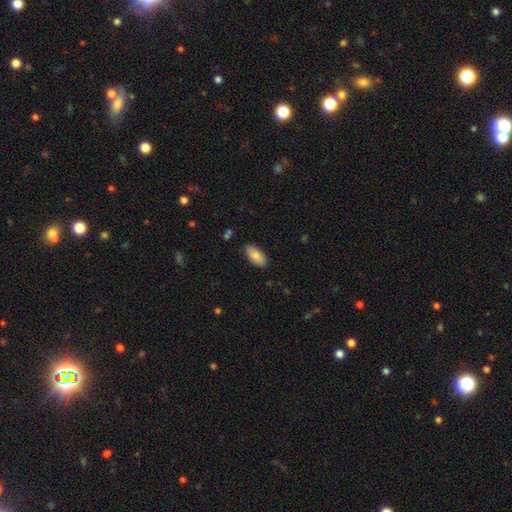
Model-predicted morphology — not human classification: smooth_or_featured: smooth (p=0.83) [alt: featured or disk p=0.10]
how_rounded: in between (p=0.92) [alt: cigar-shaped p=0.06]
merging: none (p=0.85) [alt: minor disturbance p=0.11]